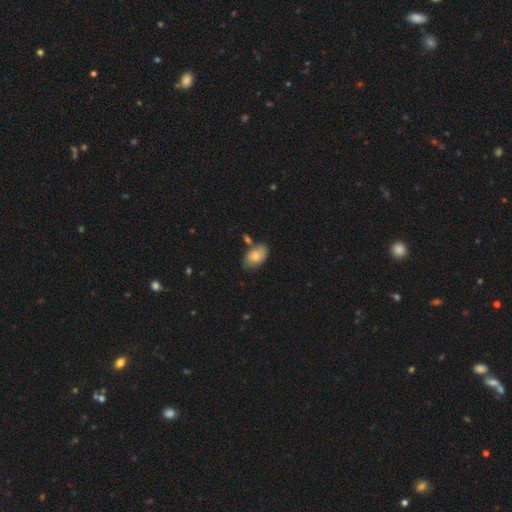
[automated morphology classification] Smooth or featured? Predicted: smooth (p=0.74). How rounded? Predicted: in between (p=0.91). Merging? Predicted: none (p=0.60).